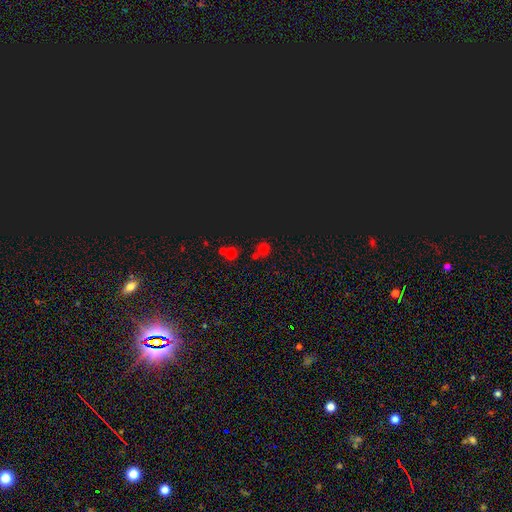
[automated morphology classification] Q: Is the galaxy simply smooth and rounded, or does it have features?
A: smooth — 61%.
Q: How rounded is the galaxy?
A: round — 89%.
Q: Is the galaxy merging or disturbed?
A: none — 67%.